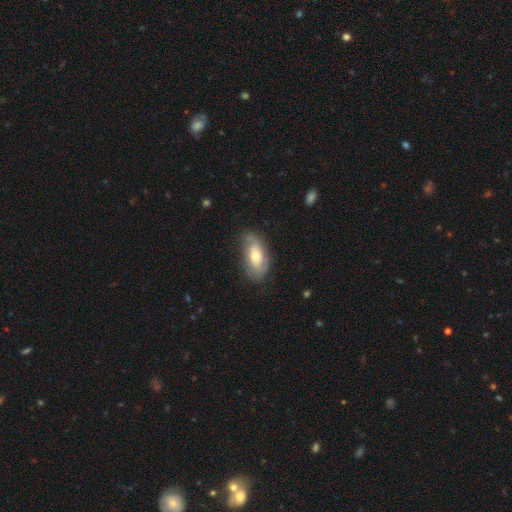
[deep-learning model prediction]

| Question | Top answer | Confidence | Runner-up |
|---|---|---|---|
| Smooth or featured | smooth | 48% | featured or disk (45%) |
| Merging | none | 69% | minor disturbance (23%) |